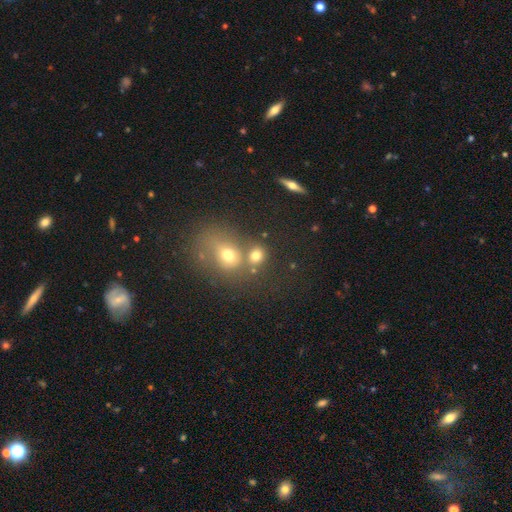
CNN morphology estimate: This appears to be a smooth galaxy with no disk features (72%) that is round (66%). Merging: none (46%).